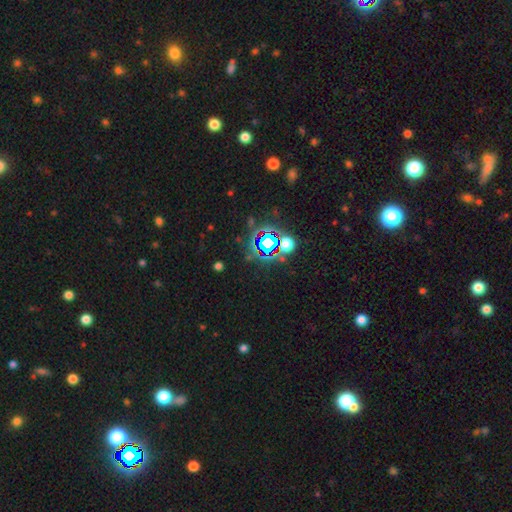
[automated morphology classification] Smooth or featured? star or artifact (80%)